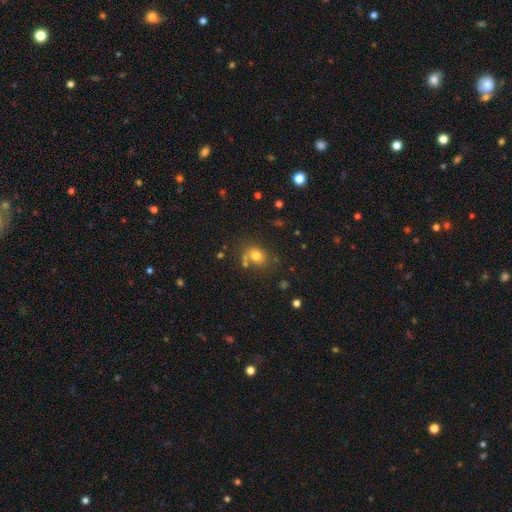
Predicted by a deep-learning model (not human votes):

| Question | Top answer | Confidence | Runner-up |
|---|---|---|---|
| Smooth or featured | smooth | 76% | star or artifact (14%) |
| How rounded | in between | 51% | round (48%) |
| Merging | none | 64% | merger (16%) |